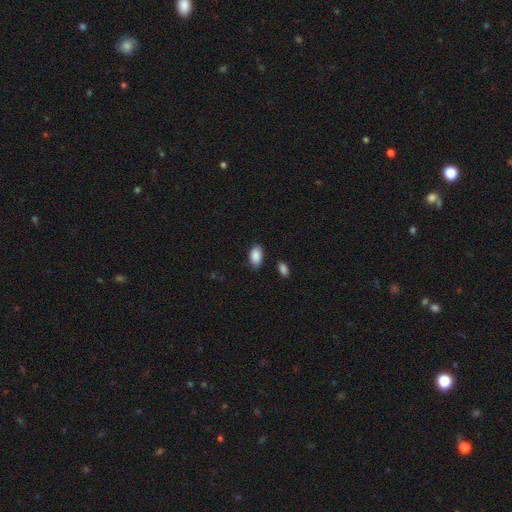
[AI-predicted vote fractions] Overall: smooth (89%). How rounded: in between (93%). Merging: none (82%).